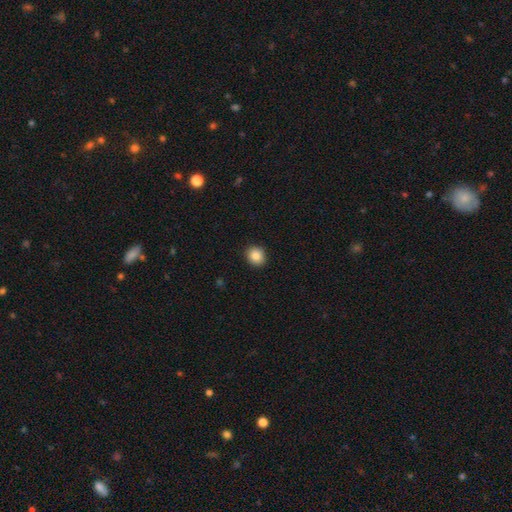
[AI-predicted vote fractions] This is clearly a smooth galaxy (85%). How rounded: likely round (76%). Merging: clearly none (91%).